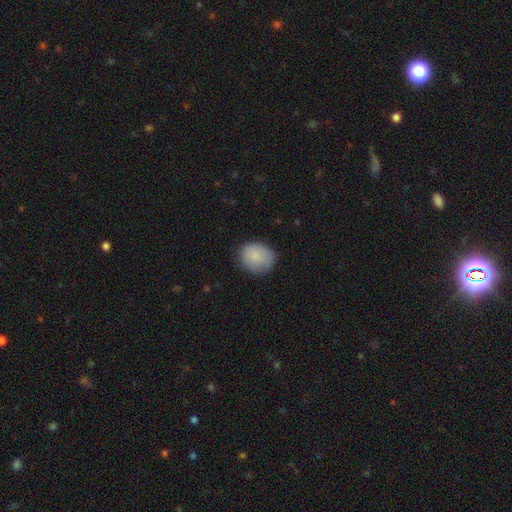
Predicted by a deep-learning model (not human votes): A smooth galaxy with no disk features (87%) that is round (64%).

Vote fractions:
- Smooth or featured? smooth: 87% / star or artifact: 7% / featured or disk: 6%
- How rounded? round: 64% / in between: 35% / cigar-shaped: 1%
- Merging? none: 79% / minor disturbance: 16% / major disturbance: 4% / merger: 1%